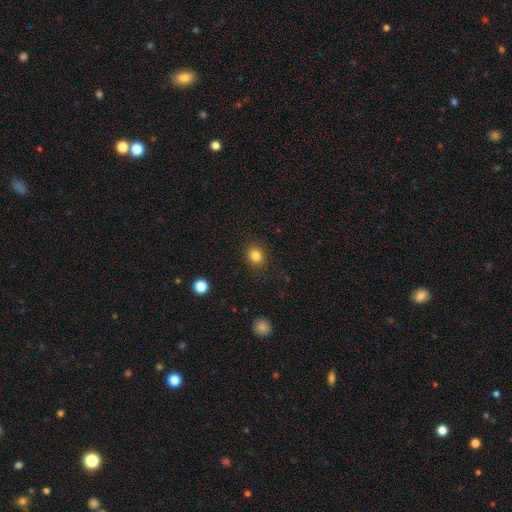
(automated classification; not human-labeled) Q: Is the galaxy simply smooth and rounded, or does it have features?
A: smooth — 83%.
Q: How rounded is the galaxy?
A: round — 68%.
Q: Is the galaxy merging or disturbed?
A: none — 88%.